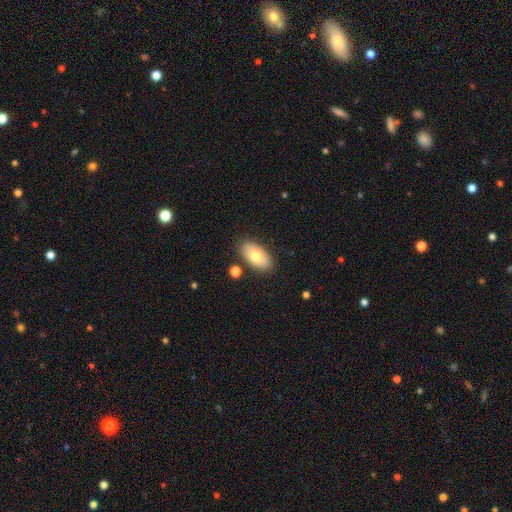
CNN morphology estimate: A smooth galaxy with no disk features (73%) that is in between round and cigar-shaped (94%).

Vote fractions:
- Smooth or featured? smooth: 73% / featured or disk: 21% / star or artifact: 7%
- How rounded? in between: 94% / round: 4% / cigar-shaped: 2%
- Merging? none: 84% / minor disturbance: 10% / merger: 4% / major disturbance: 3%